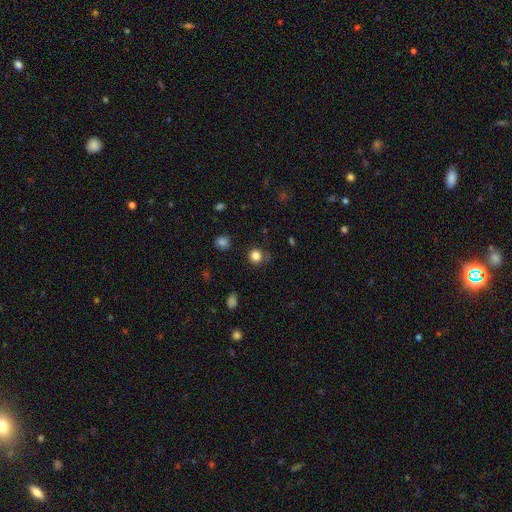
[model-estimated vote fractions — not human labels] Smooth or featured? smooth (83%)
How rounded? round (90%)
Merging? none (80%)